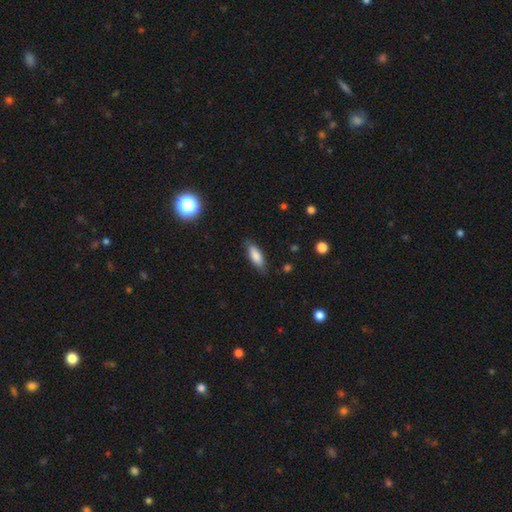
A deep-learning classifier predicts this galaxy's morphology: The model was most divided on "how rounded": in between: 61%, cigar-shaped: 37%, round: 2%. More confident: merging — none (82%); smooth or featured — smooth (79%).